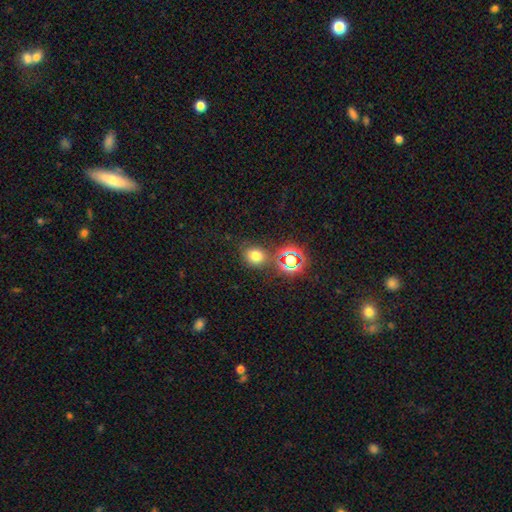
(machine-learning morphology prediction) This appears to be a smooth galaxy with no disk features (69%) that is round (70%). Merging: none (76%).